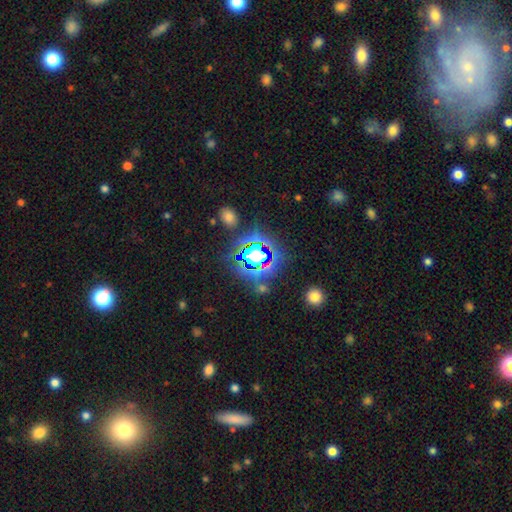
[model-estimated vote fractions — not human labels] Smooth or featured? Predicted: star or artifact (p=0.67).